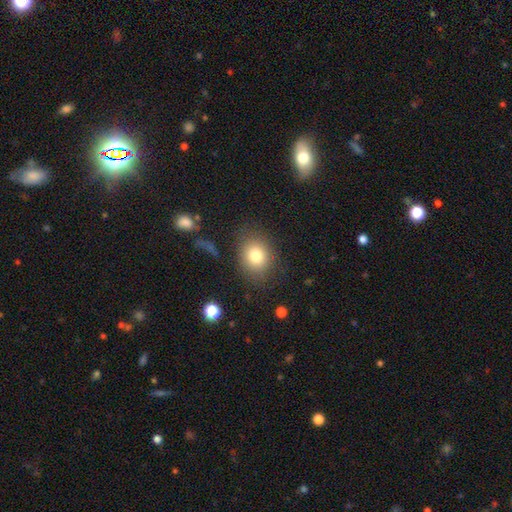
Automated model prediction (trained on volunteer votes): Smooth or featured?
  - smooth: 79% *
  - star or artifact: 11%
  - featured or disk: 10%
How rounded?
  - round: 63% *
  - in between: 36%
  - cigar-shaped: 1%
Merging?
  - none: 80% *
  - minor disturbance: 12%
  - major disturbance: 6%
  - merger: 2%